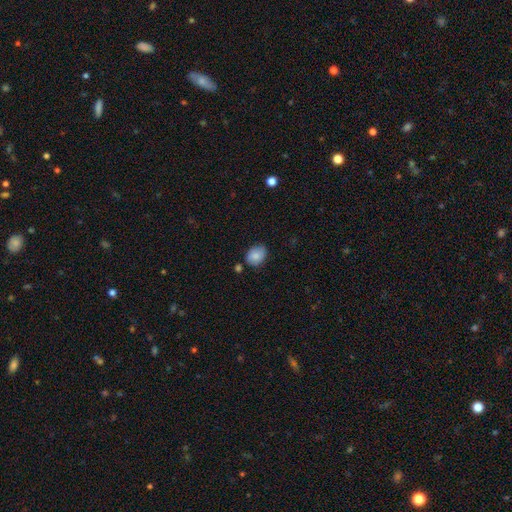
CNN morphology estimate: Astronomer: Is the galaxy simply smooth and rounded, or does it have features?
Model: smooth — 85%.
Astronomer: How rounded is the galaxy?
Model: in between — 50% (runner-up: round, 49%).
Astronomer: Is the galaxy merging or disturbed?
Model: none — 73%.